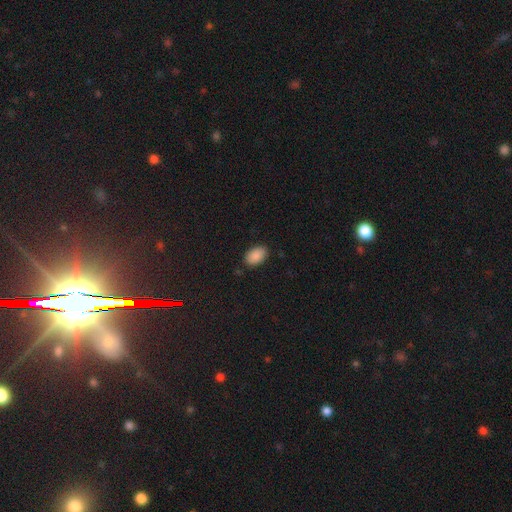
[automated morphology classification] This appears to be a smooth galaxy with no disk features (89%) that is in between round and cigar-shaped (93%). Merging: none (87%).